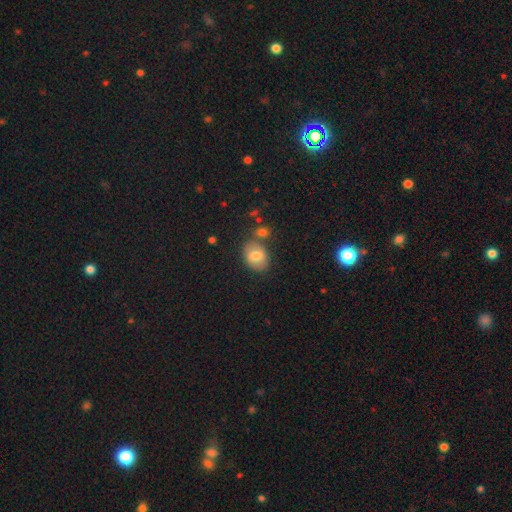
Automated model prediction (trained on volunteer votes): A smooth galaxy with no disk features (72%) that is in between round and cigar-shaped (68%).

Vote fractions:
- Smooth or featured? smooth: 72% / featured or disk: 19% / star or artifact: 8%
- How rounded? in between: 68% / round: 31% / cigar-shaped: 1%
- Merging? none: 68% / minor disturbance: 15% / merger: 13% / major disturbance: 4%